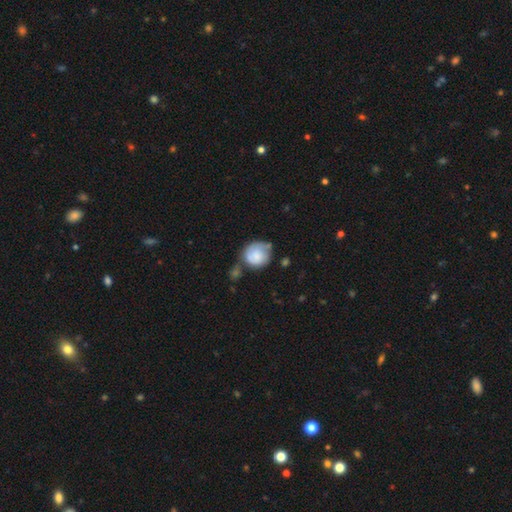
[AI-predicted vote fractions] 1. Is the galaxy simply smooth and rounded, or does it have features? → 65% smooth, 28% featured or disk, 7% star or artifact.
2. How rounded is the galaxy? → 80% round, 19% in between, 1% cigar-shaped.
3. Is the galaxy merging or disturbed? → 41% none, 30% minor disturbance, 15% merger, 14% major disturbance.